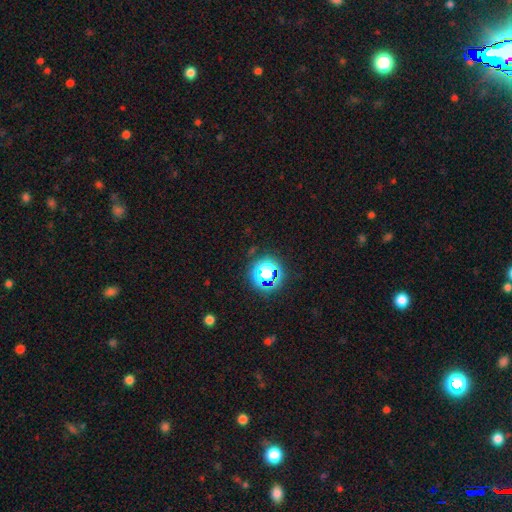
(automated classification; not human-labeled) smooth-or-featured: star or artifact: 76% | smooth: 16% | featured or disk: 7%